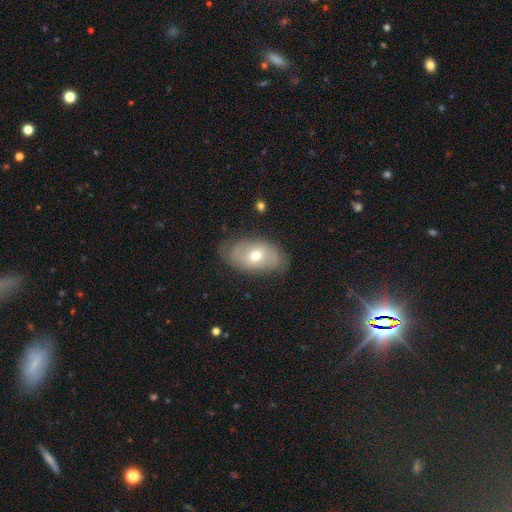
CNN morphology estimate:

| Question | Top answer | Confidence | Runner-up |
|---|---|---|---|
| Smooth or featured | smooth | 52% | featured or disk (38%) |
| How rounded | in between | 90% | round (8%) |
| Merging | none | 78% | minor disturbance (17%) |